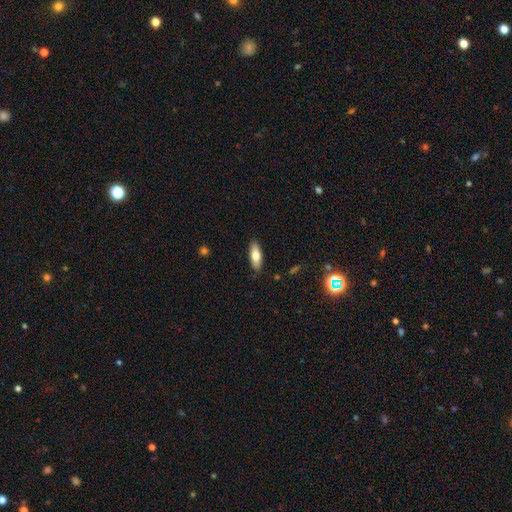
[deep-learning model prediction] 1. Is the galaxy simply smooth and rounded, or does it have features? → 72% smooth, 22% featured or disk, 7% star or artifact.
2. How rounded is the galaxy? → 68% in between, 30% cigar-shaped, 2% round.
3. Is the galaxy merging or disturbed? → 88% none, 9% minor disturbance, 2% major disturbance, 1% merger.